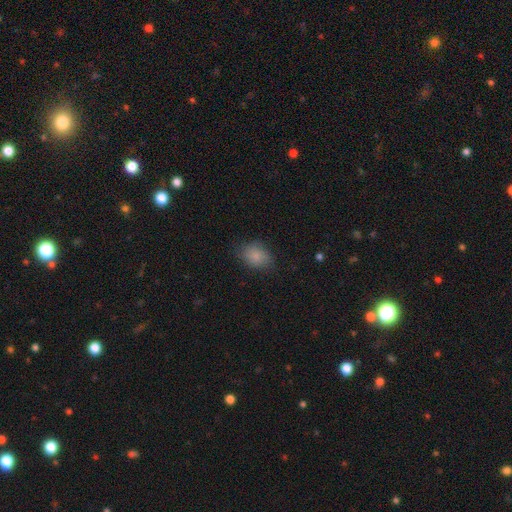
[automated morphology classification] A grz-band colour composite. It shows a smooth galaxy with no disk features (84%) that is in between round and cigar-shaped (72%). Merging: none (74%).